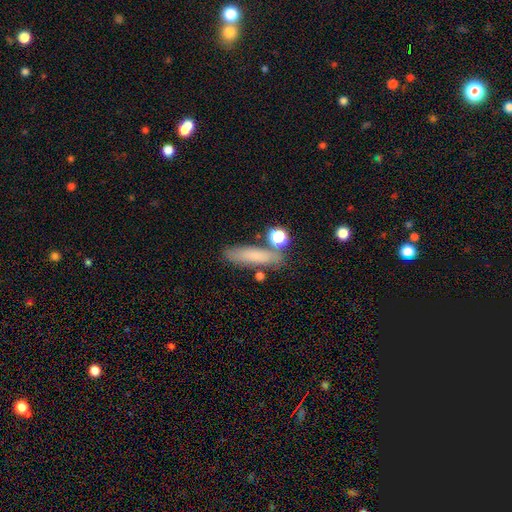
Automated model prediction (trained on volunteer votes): Smooth or featured? smooth (75%)
How rounded? cigar-shaped (67%)
Merging? none (70%)